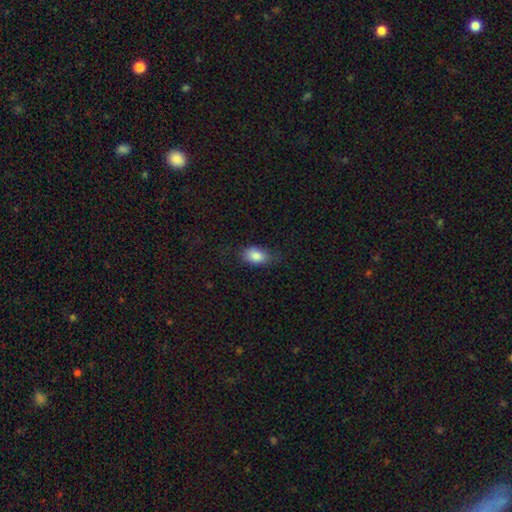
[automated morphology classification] Smooth or featured: smooth — 85% (star or artifact — 8%)
How rounded: in between — 88% (round — 9%)
Merging: none — 67% (minor disturbance — 24%)